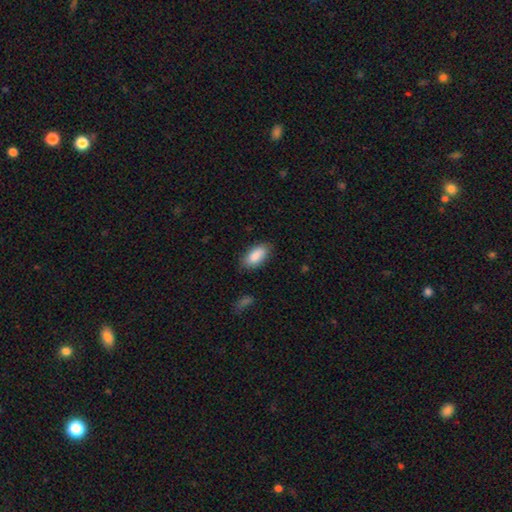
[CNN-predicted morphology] smooth-or-featured: smooth: 88% | featured or disk: 6% | star or artifact: 6%
  how-rounded: in between: 91% | cigar-shaped: 7% | round: 2%
  merging: none: 82% | minor disturbance: 14% | major disturbance: 3% | merger: 2%